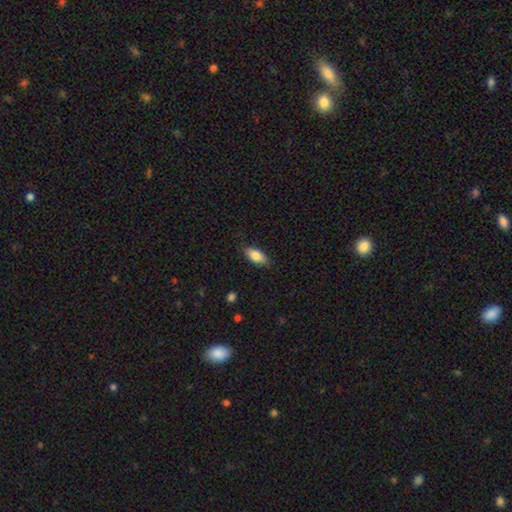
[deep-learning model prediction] This appears to be a smooth galaxy with no disk features (84%) that is in between round and cigar-shaped (88%). Merging: none (83%).